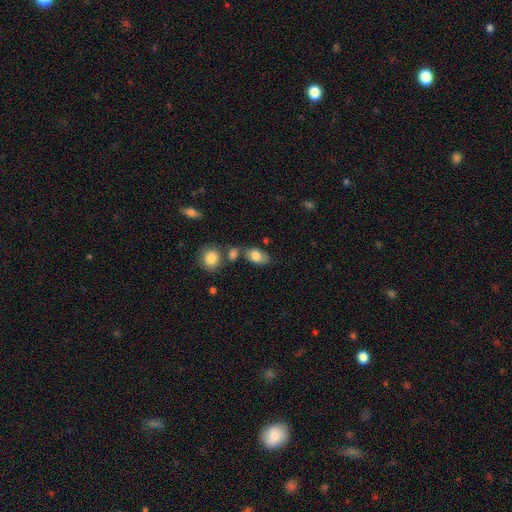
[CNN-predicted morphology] Smooth or featured? Predicted: smooth (p=0.79). How rounded? Predicted: in between (p=0.88). Merging? Predicted: none (p=0.62).